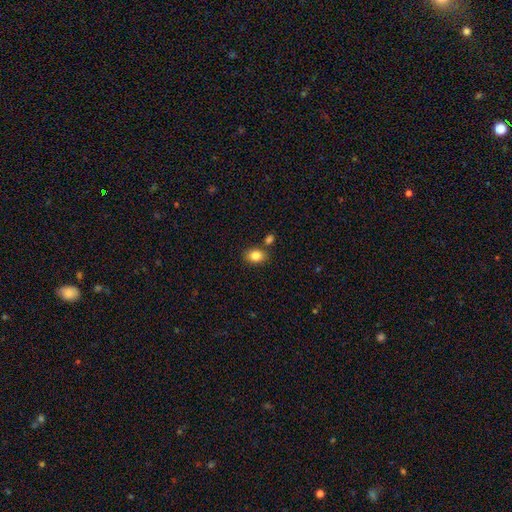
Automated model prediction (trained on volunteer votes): A smooth galaxy with no disk features (84%) that is in between round and cigar-shaped (69%). Merging: none (75%).